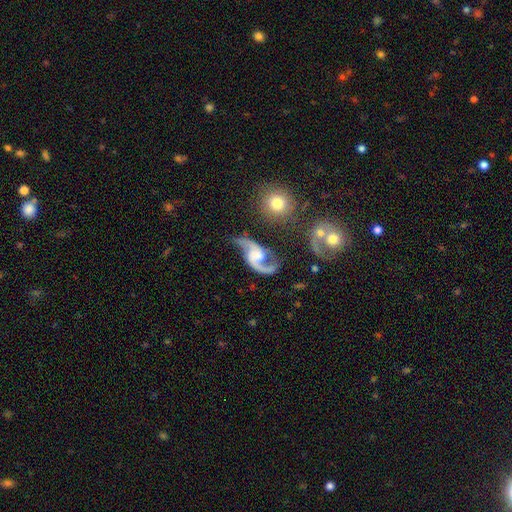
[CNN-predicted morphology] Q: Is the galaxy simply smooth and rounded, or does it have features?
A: featured or disk — 90%.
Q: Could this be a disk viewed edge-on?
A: no — 98%.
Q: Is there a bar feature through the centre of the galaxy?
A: no — 47%.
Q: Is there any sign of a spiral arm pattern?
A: yes — 97%.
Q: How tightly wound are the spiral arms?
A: loose — 67%.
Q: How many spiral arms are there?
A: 2 — 92%.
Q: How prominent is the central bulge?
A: none — 32%.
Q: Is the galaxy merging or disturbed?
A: none — 58%.